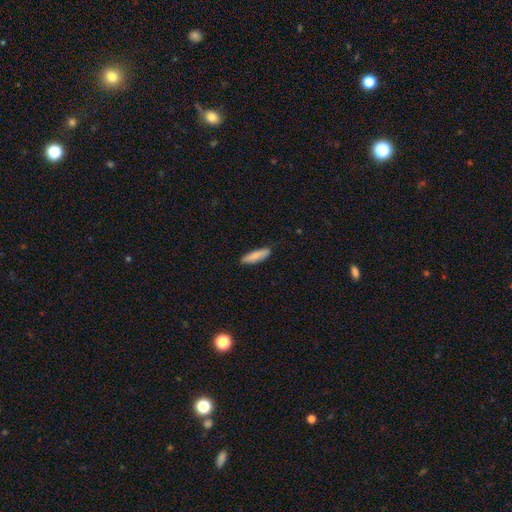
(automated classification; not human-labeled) smooth 84%, featured or disk 10%, star or artifact 6%. Down the decision tree: how rounded — cigar-shaped (65%); merging — none (87%).